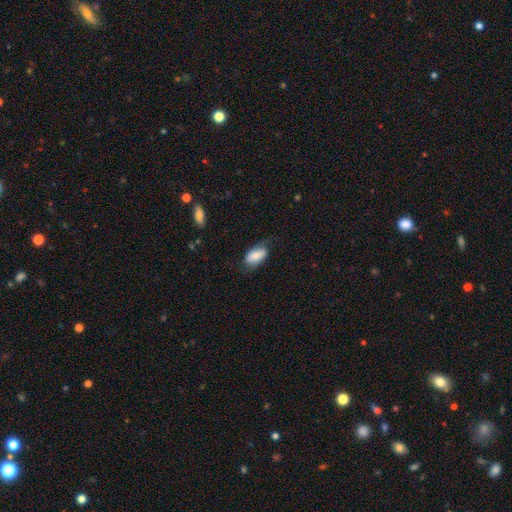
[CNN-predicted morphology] This appears to be a smooth galaxy with no disk features (73%) that is in between round and cigar-shaped (92%). Merging: none (60%).